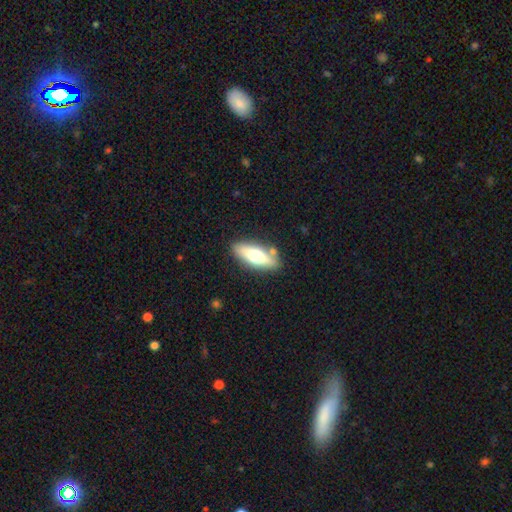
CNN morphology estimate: smooth 59%, featured or disk 35%, star or artifact 6%. Down the decision tree: how rounded — in between (64%); merging — none (81%).